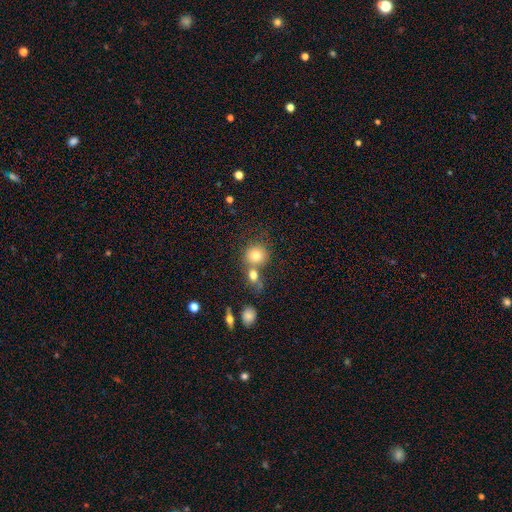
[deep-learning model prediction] The model was most divided on "merging": none: 48%, merger: 39%, minor disturbance: 9%, major disturbance: 4%. More confident: how rounded — round (83%); smooth or featured — smooth (78%).